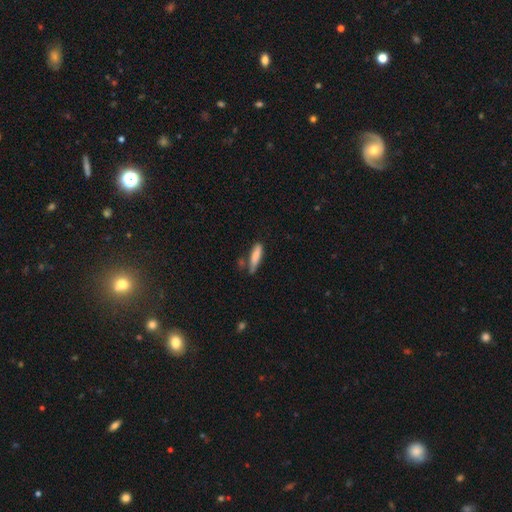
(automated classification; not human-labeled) A smooth galaxy with no disk features (81%) that is cigar-shaped (74%). Merging: none (59%).